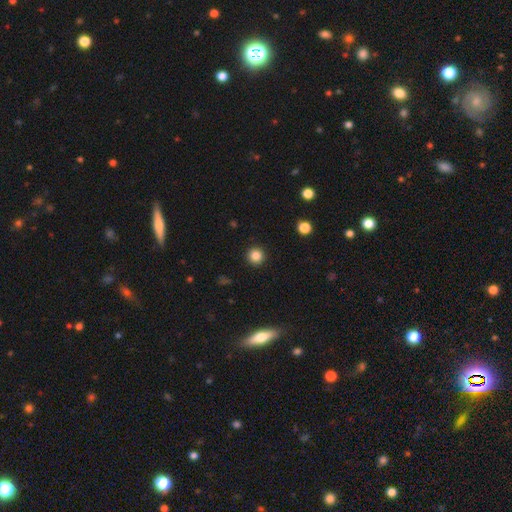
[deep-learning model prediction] smooth 84%, star or artifact 12%, featured or disk 4%. Down the decision tree: how rounded — round (95%); merging — none (92%).